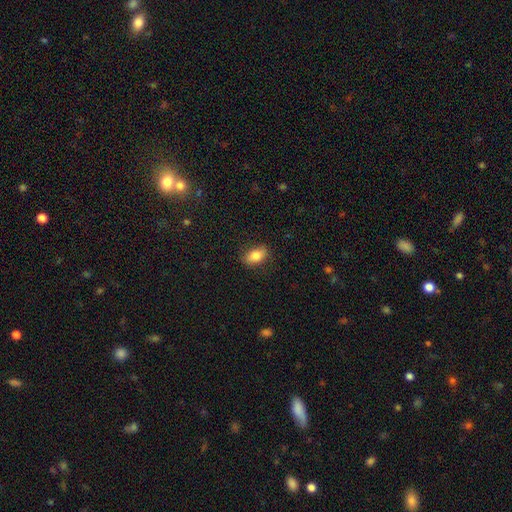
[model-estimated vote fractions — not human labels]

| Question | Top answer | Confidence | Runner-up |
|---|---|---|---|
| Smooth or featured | smooth | 82% | featured or disk (10%) |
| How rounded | in between | 88% | round (7%) |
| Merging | none | 84% | minor disturbance (12%) |